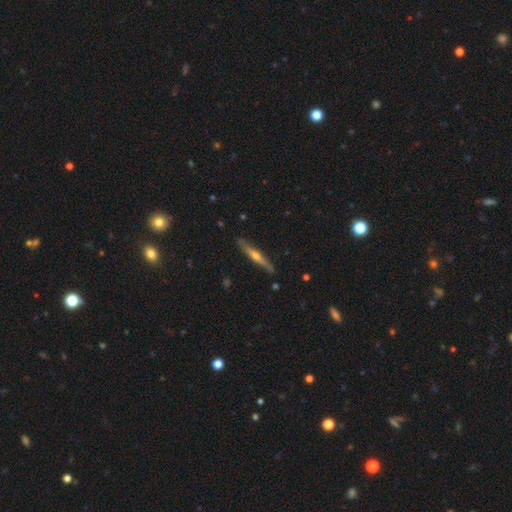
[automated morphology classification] smooth_or_featured: featured or disk (p=0.68) [alt: smooth p=0.26]
disk_edge_on: yes (p=0.96) [alt: no p=0.04]
edge_on_bulge: rounded (p=0.84) [alt: none p=0.12]
merging: none (p=0.87) [alt: minor disturbance p=0.10]